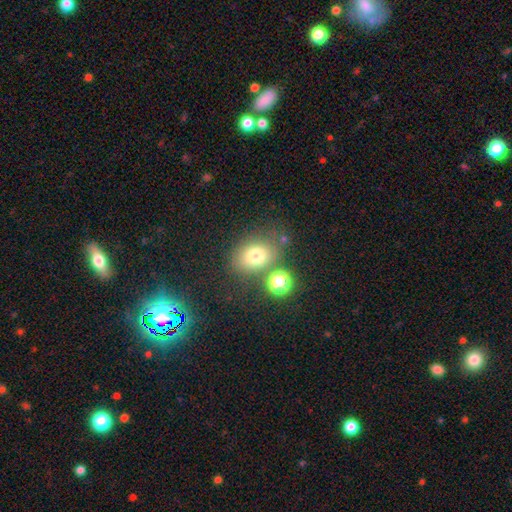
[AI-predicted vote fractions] Smooth or featured? Predicted: smooth (p=0.73). How rounded? Predicted: in between (p=0.59). Merging? Predicted: none (p=0.66).